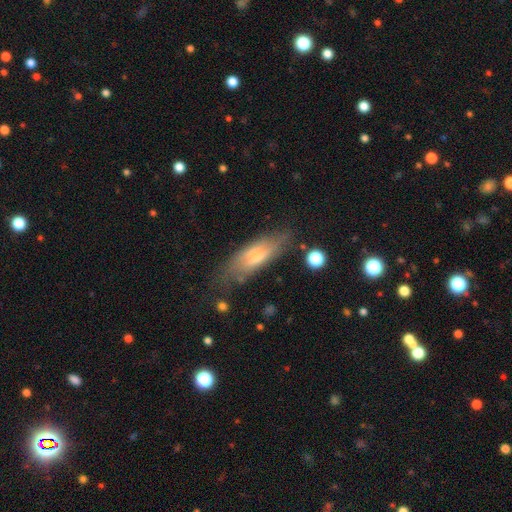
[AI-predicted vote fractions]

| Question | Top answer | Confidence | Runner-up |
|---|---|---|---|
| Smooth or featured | smooth | 53% | featured or disk (40%) |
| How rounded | cigar-shaped | 50% | in between (48%) |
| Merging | none | 64% | minor disturbance (24%) |